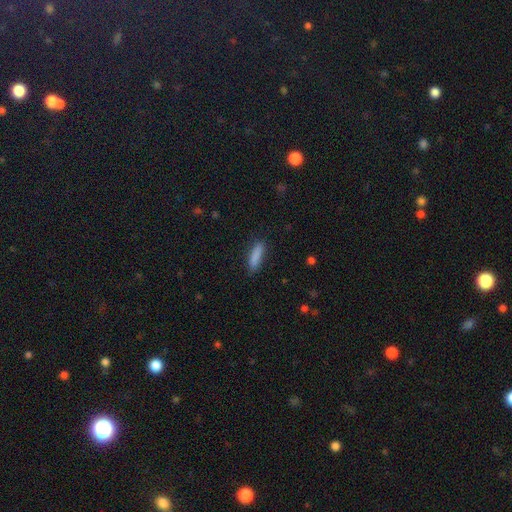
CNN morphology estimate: Overall: smooth (87%). How rounded: cigar-shaped (70%). Merging: none (85%).